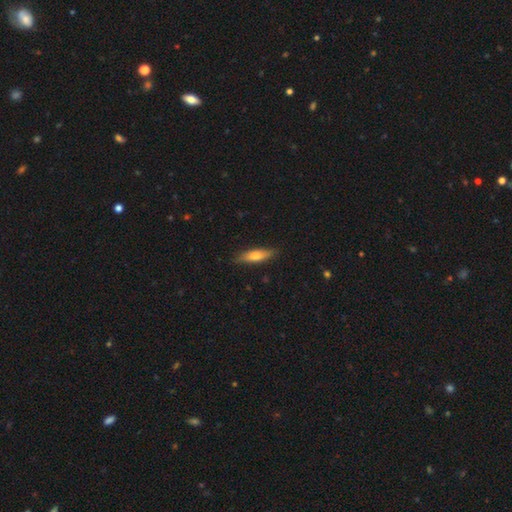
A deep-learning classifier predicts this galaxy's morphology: smooth-or-featured: smooth: 66% | featured or disk: 28% | star or artifact: 6%
  how-rounded: cigar-shaped: 66% | in between: 32% | round: 2%
  merging: none: 86% | minor disturbance: 11% | major disturbance: 2% | merger: 1%